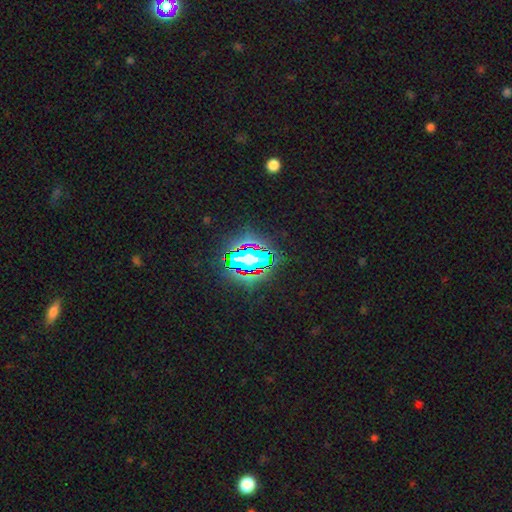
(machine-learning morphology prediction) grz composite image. It shows a star or artifact, not a galaxy (70%).